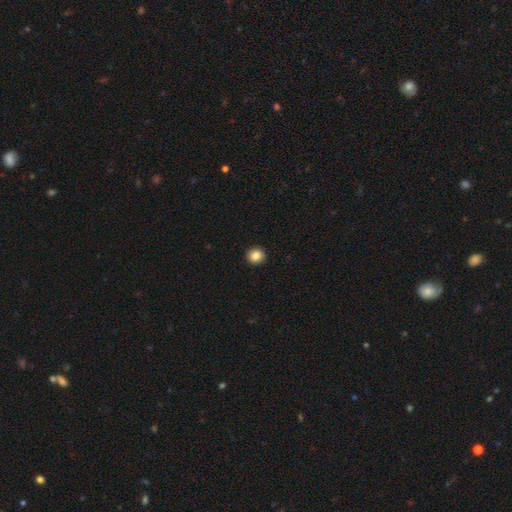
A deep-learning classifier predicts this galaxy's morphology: smooth_or_featured: smooth (p=0.85) [alt: star or artifact p=0.10]
how_rounded: round (p=0.92) [alt: in between p=0.07]
merging: none (p=0.93) [alt: minor disturbance p=0.05]